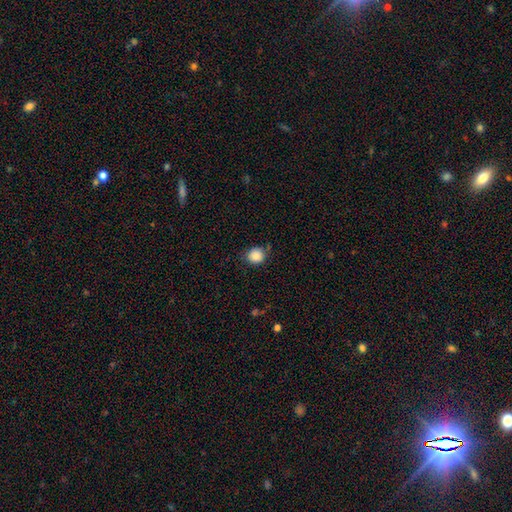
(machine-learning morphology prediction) This appears to be a smooth galaxy with no disk features (87%) that is round (89%). Merging: none (80%).